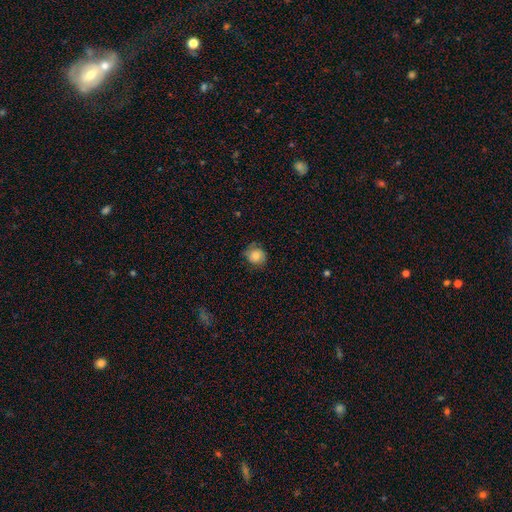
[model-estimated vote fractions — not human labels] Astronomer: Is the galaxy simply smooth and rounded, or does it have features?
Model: smooth — 78%.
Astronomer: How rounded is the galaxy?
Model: round — 85%.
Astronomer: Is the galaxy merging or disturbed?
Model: none — 71%.